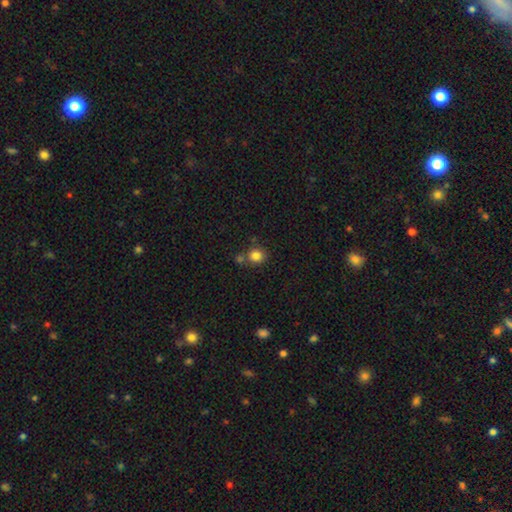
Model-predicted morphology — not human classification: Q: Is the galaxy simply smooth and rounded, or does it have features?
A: smooth — 83%.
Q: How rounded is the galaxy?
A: round — 80%.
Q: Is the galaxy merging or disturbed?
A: none — 64%.